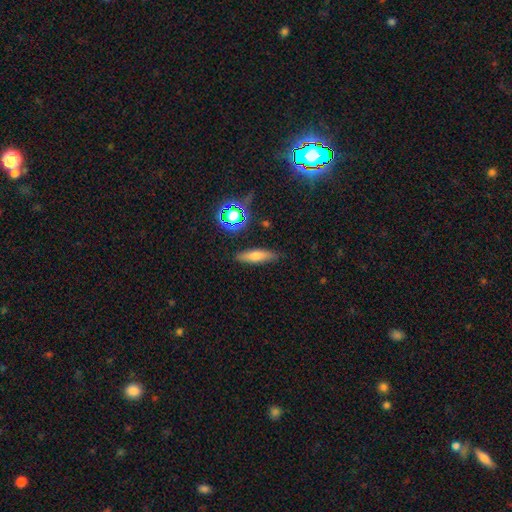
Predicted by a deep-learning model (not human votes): A smooth galaxy with no disk features (67%) that is cigar-shaped (61%).

Vote fractions:
- Smooth or featured? smooth: 67% / featured or disk: 22% / star or artifact: 11%
- How rounded? cigar-shaped: 61% / in between: 36% / round: 3%
- Merging? none: 85% / minor disturbance: 11% / major disturbance: 3% / merger: 2%